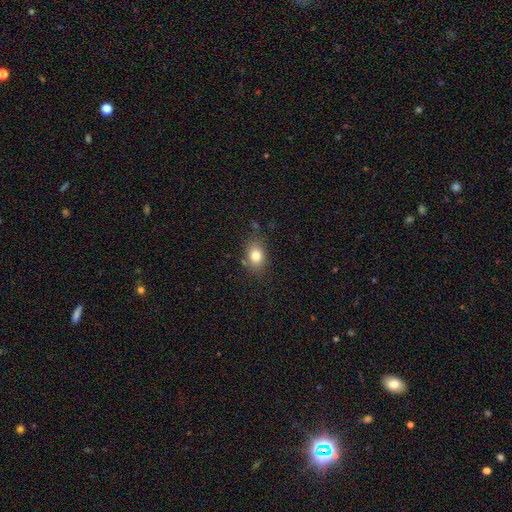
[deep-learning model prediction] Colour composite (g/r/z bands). It shows a smooth galaxy with no disk features (80%) that is in between round and cigar-shaped (66%). Merging: none (77%).